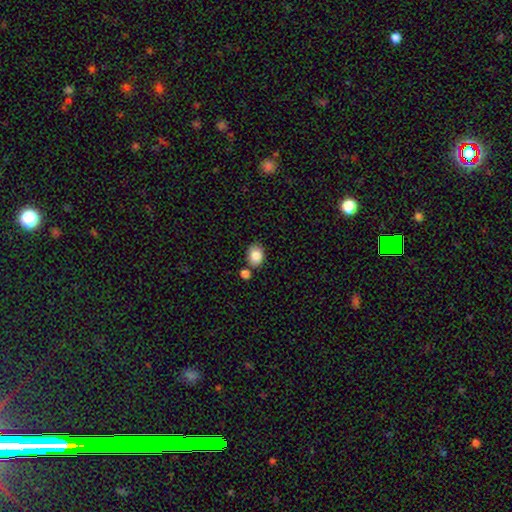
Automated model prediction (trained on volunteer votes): Smooth or featured? Predicted: smooth (p=0.86). How rounded? Predicted: in between (p=0.64). Merging? Predicted: none (p=0.73).